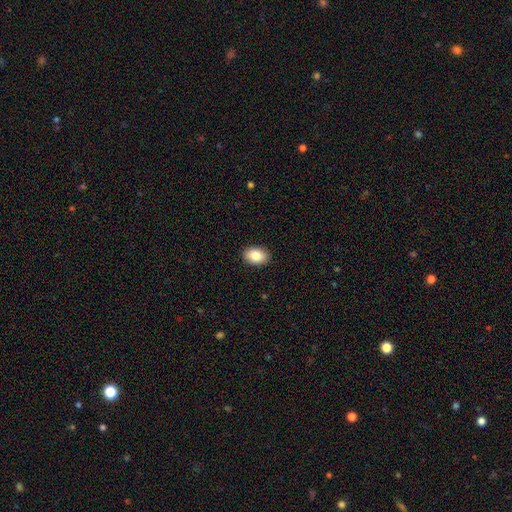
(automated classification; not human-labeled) smooth-or-featured: smooth: 86% | star or artifact: 7% | featured or disk: 7%
  how-rounded: in between: 86% | round: 13% | cigar-shaped: 1%
  merging: none: 90% | minor disturbance: 7% | major disturbance: 2% | merger: 1%